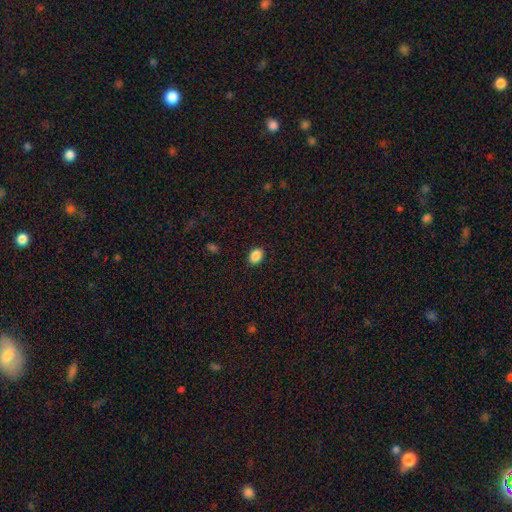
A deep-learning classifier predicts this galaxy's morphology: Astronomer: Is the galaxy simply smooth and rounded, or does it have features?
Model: smooth — 88%.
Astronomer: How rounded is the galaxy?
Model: in between — 69%.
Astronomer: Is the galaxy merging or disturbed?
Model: none — 90%.